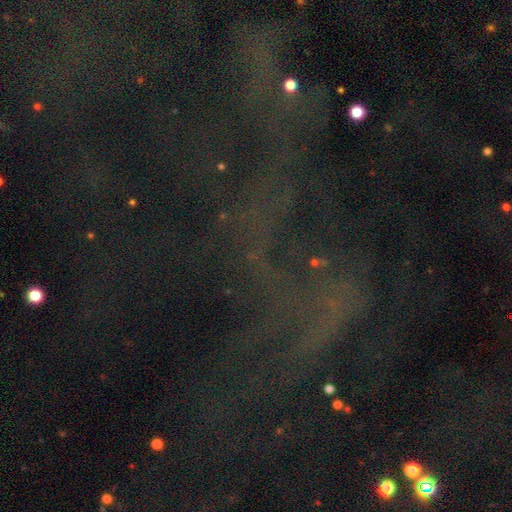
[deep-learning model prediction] Smooth or featured?
  - star or artifact: 69% *
  - featured or disk: 18%
  - smooth: 12%